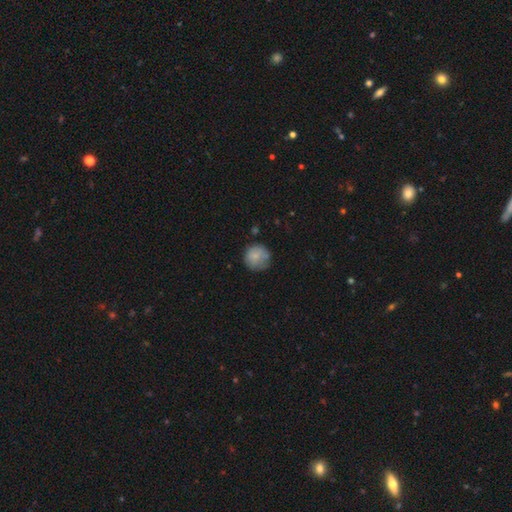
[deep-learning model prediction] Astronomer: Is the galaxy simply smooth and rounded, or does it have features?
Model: smooth — 80%.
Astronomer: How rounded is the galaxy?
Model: round — 92%.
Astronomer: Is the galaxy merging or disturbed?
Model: none — 70%.